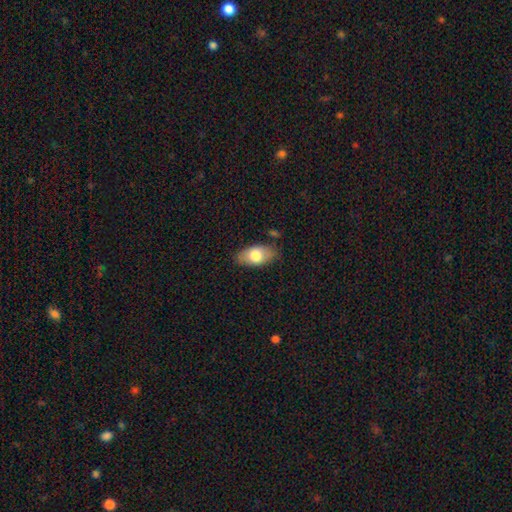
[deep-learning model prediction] Morphology: type=smooth (73%); roundness=in between (92%); merging=none (81%).